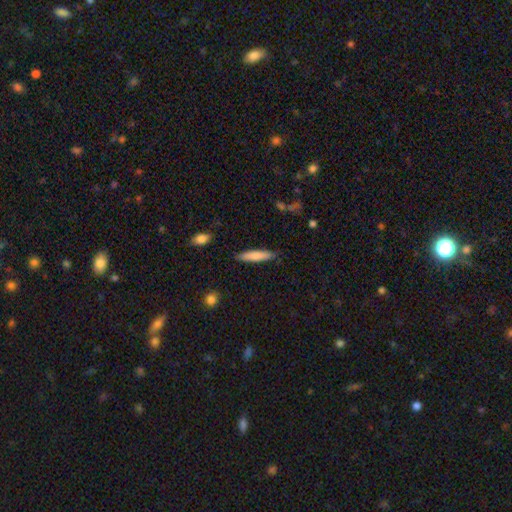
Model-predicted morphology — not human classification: Q: Smooth or featured?
A: smooth (78%); runner-up: featured or disk (16%)
Q: How rounded?
A: cigar-shaped (84%); runner-up: in between (15%)
Q: Merging?
A: none (87%); runner-up: minor disturbance (9%)